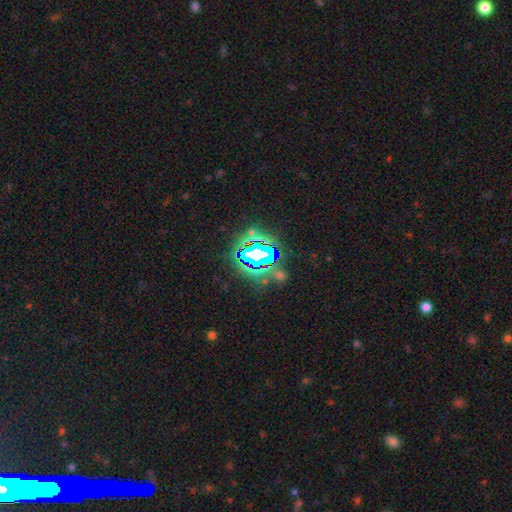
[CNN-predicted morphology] Smooth or featured?
  - star or artifact: 73% *
  - smooth: 15%
  - featured or disk: 13%